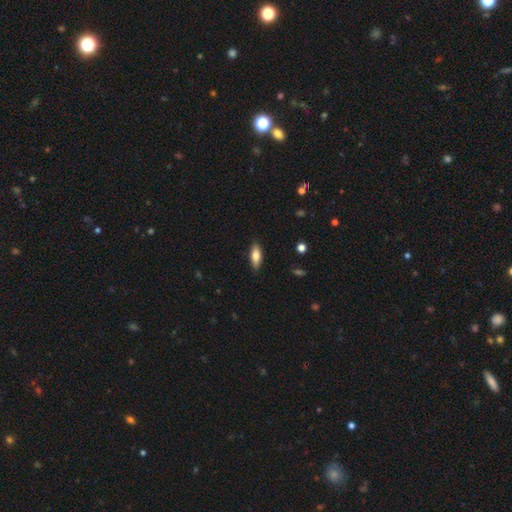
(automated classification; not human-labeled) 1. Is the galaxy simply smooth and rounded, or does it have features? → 77% smooth, 16% featured or disk, 6% star or artifact.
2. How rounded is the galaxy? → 74% in between, 24% cigar-shaped, 2% round.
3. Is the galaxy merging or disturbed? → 87% none, 10% minor disturbance, 2% major disturbance, 1% merger.